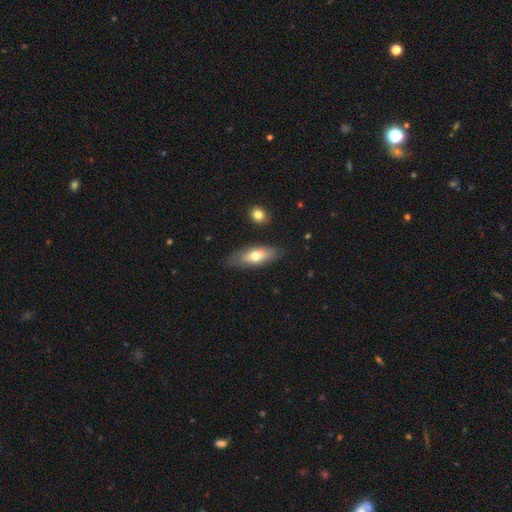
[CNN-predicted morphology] Smooth or featured? smooth (63%)
How rounded? in between (75%)
Merging? none (76%)